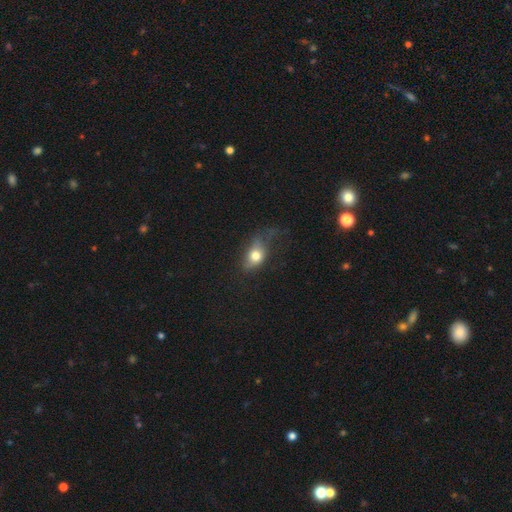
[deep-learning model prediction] A smooth galaxy with no disk features (72%) that is in between round and cigar-shaped (71%). Merging: major disturbance (35%).